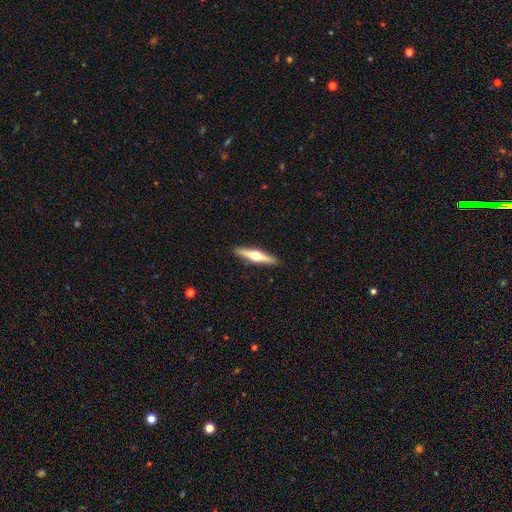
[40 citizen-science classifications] smooth_or_featured: featured or disk (p=0.68) [alt: smooth p=0.28]
disk_edge_on: yes (p=1.00)
edge_on_bulge: rounded (p=1.00)
merging: none (p=0.97) [alt: major disturbance p=0.03]